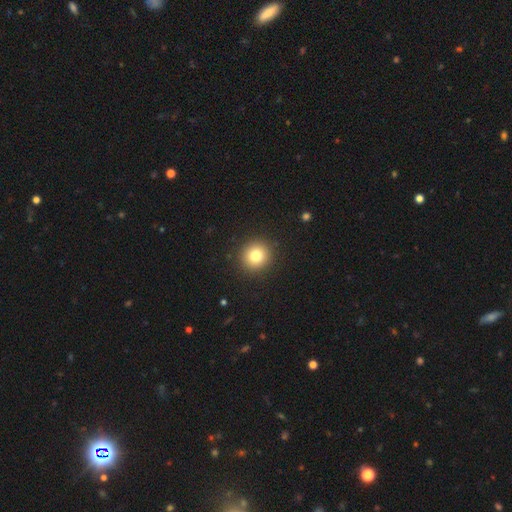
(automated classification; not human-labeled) A smooth galaxy with no disk features (81%) that is round (92%). Merging: none (92%).